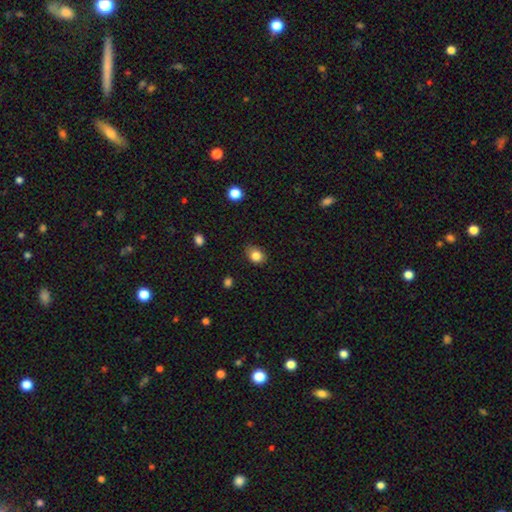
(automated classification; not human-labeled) Overall: smooth (84%). How rounded: in between (55%; round 44%). Merging: none (78%).